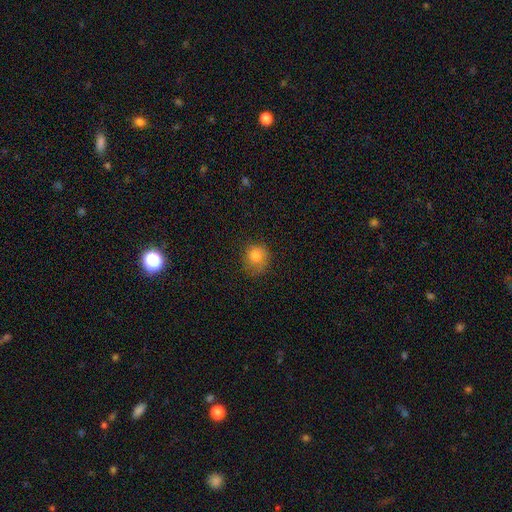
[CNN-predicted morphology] This appears to be a smooth galaxy with no disk features (81%) that is round (83%). Merging: none (70%).